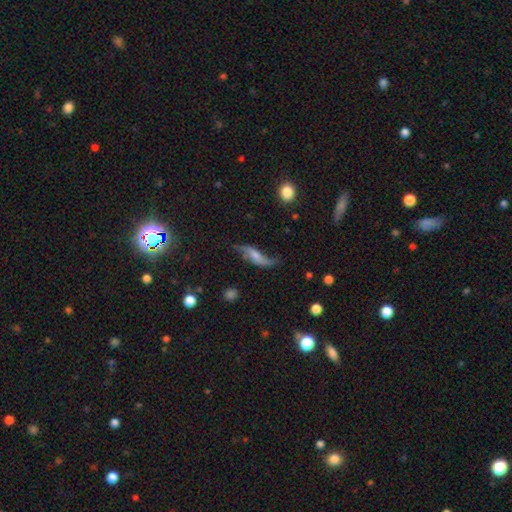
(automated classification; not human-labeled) Smooth or featured? featured or disk (73%)
Edge-on disk? no (83%)
Bar? no (50%)
Spiral arms? yes (91%)
Spiral winding? loose (92%)
Spiral arm count? 2 (91%)
Bulge size? small (43%)
Merging? none (57%)